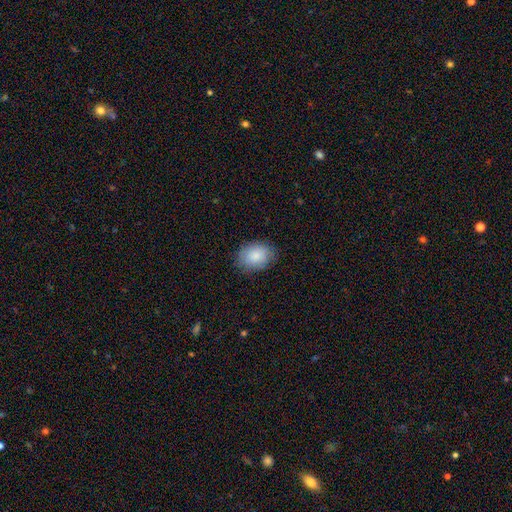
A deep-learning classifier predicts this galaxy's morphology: This appears to be a smooth galaxy with no disk features (87%) that is in between round and cigar-shaped (75%). Merging: none (83%).